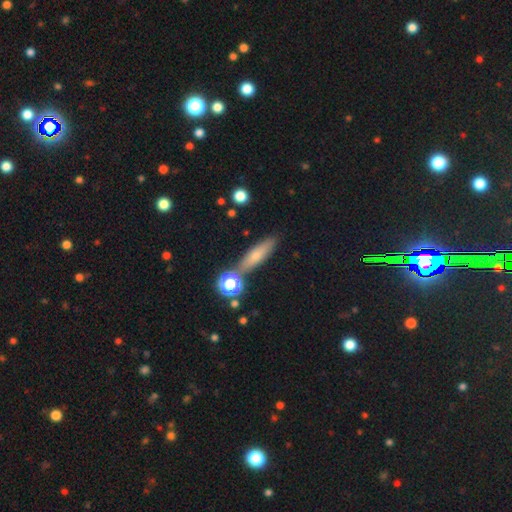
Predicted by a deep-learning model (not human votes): The model was most divided on "how rounded": cigar-shaped: 63%, in between: 32%, round: 5%. More confident: merging — none (75%); smooth or featured — smooth (67%).